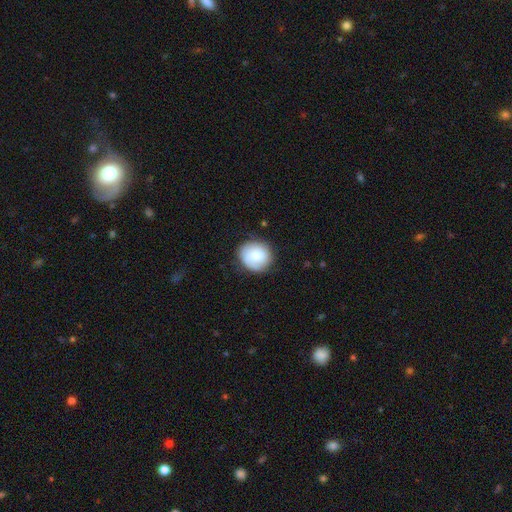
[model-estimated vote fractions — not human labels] This is likely a smooth galaxy (74%). How rounded: clearly round (86%). Merging: likely none (79%).